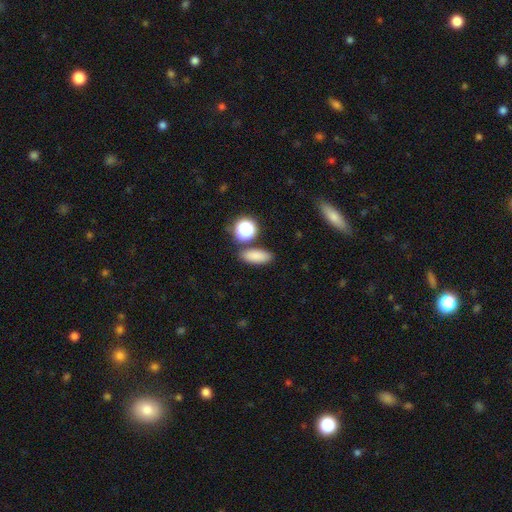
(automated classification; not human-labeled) smooth-or-featured: smooth: 81% | star or artifact: 12% | featured or disk: 6%
  how-rounded: in between: 73% | cigar-shaped: 15% | round: 11%
  merging: none: 80% | minor disturbance: 9% | merger: 8% | major disturbance: 3%